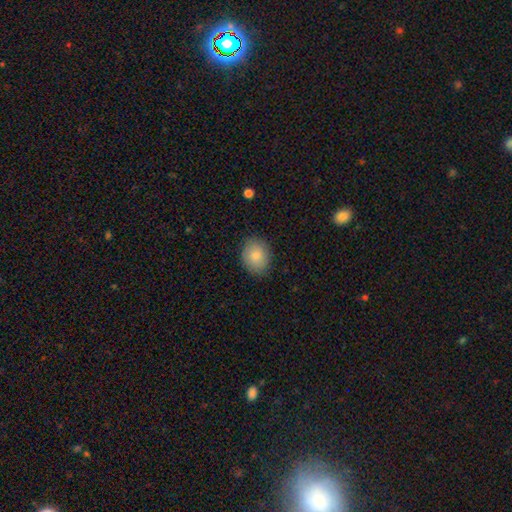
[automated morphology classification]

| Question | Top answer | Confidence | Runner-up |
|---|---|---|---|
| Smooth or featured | smooth | 83% | featured or disk (9%) |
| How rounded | in between | 51% | round (48%) |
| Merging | none | 85% | minor disturbance (11%) |